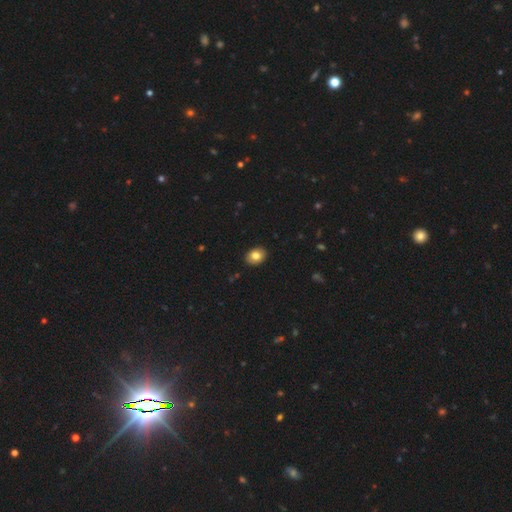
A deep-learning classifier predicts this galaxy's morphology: Overall: smooth (83%). How rounded: in between (67%; round 32%). Merging: none (90%).